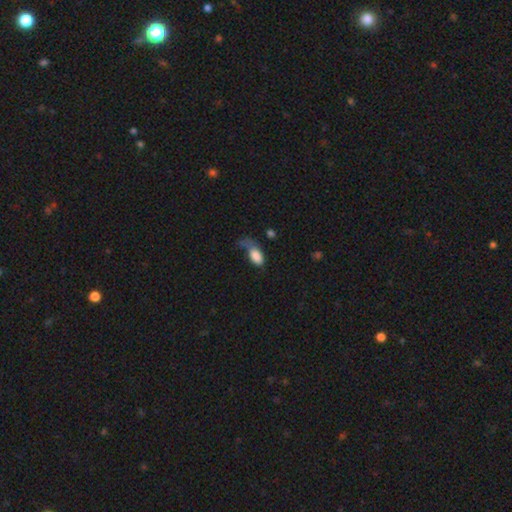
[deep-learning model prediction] Overall: smooth (83%). How rounded: in between (91%). Merging: major disturbance (42%; none 26%).